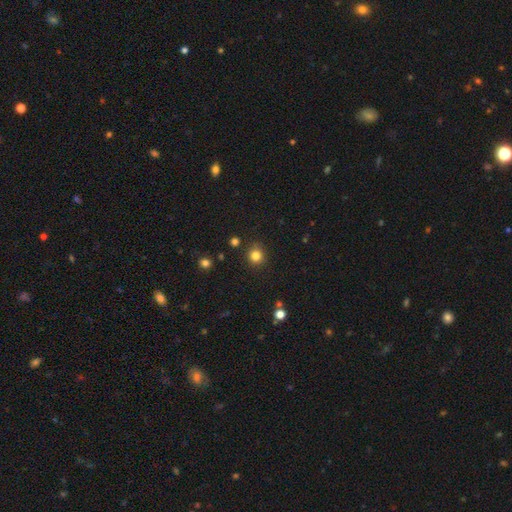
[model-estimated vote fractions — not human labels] The model was most divided on "smooth or featured": smooth: 82%, star or artifact: 13%, featured or disk: 5%. More confident: how rounded — round (87%); merging — none (86%).